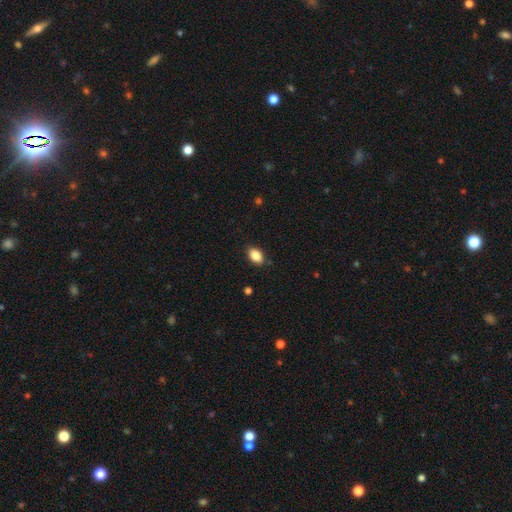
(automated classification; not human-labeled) Overall: smooth (87%). How rounded: in between (88%). Merging: none (86%).